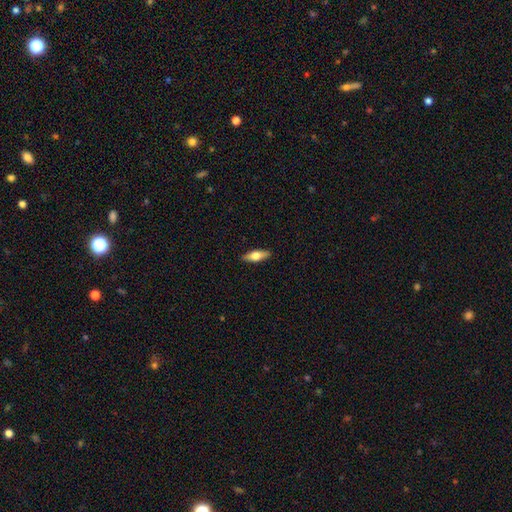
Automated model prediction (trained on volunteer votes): smooth_or_featured: smooth (p=0.60) [alt: featured or disk p=0.34]
how_rounded: in between (p=0.61) [alt: cigar-shaped p=0.36]
merging: none (p=0.90) [alt: minor disturbance p=0.08]